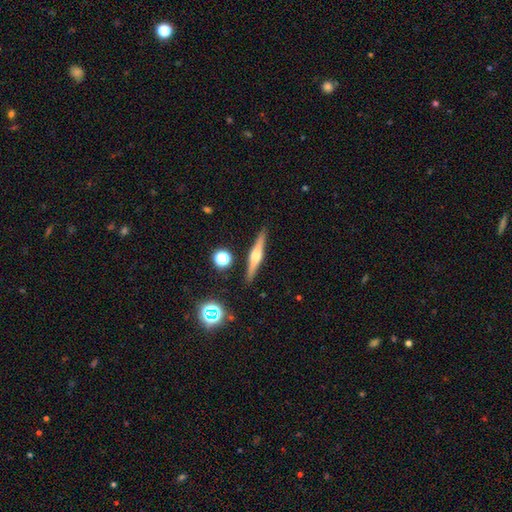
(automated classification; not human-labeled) smooth_or_featured: featured or disk (p=0.70) [alt: smooth p=0.22]
disk_edge_on: yes (p=0.98) [alt: no p=0.02]
edge_on_bulge: rounded (p=0.88) [alt: boxy p=0.09]
merging: none (p=0.90) [alt: minor disturbance p=0.07]